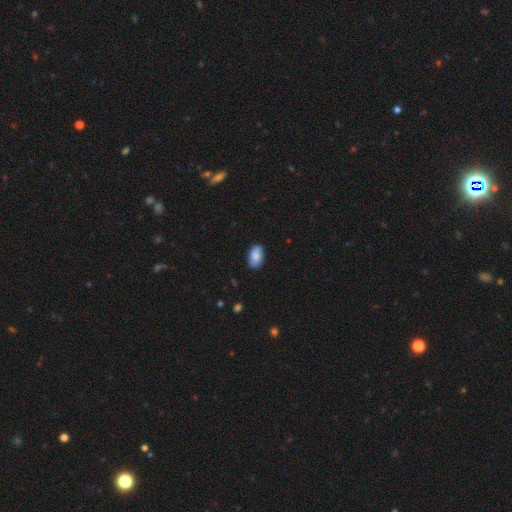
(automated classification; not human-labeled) This is clearly a smooth galaxy (83%). How rounded: clearly in between (93%). Merging: clearly none (85%).